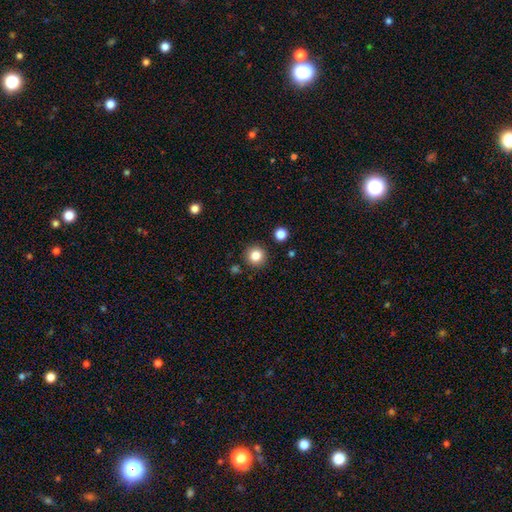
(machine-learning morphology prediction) The model was most divided on "smooth or featured": smooth: 84%, star or artifact: 11%, featured or disk: 5%. More confident: how rounded — round (94%); merging — none (89%).